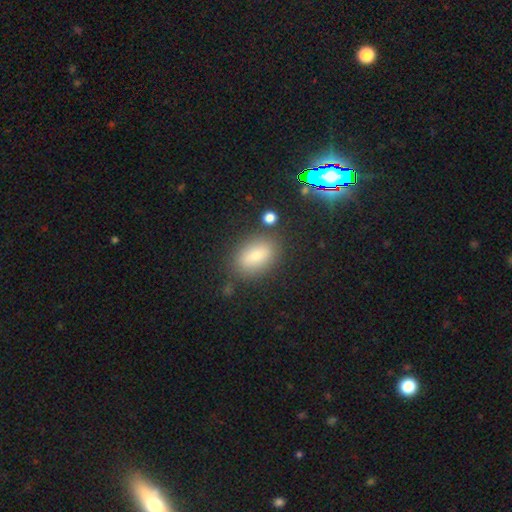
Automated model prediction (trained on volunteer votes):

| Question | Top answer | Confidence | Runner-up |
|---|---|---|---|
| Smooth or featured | smooth | 80% | featured or disk (10%) |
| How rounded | in between | 85% | round (11%) |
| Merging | none | 77% | minor disturbance (14%) |